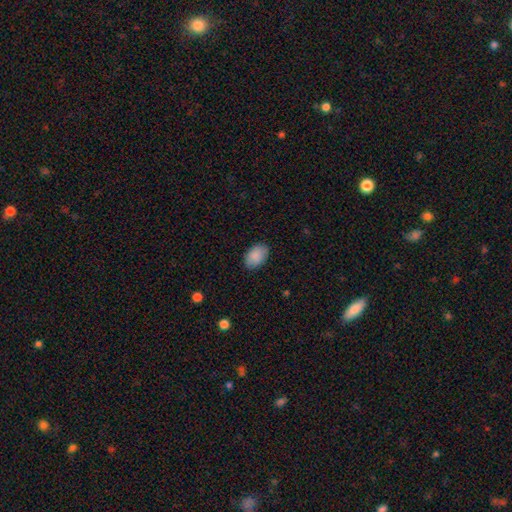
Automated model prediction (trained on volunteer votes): Morphology: type=smooth (89%); roundness=in between (88%); merging=none (85%).